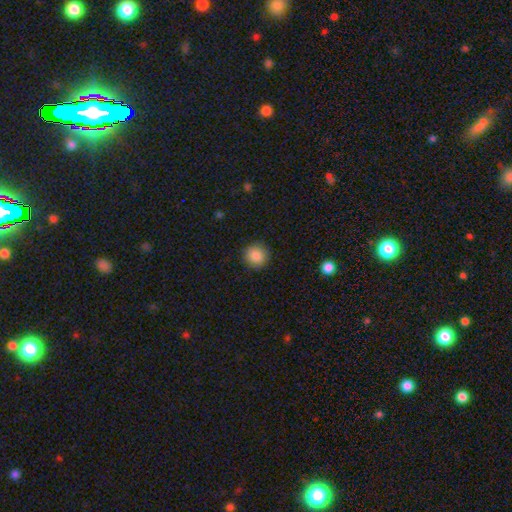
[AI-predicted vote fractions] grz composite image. It shows a smooth galaxy with no disk features (87%) that is round (94%). Merging: none (91%).